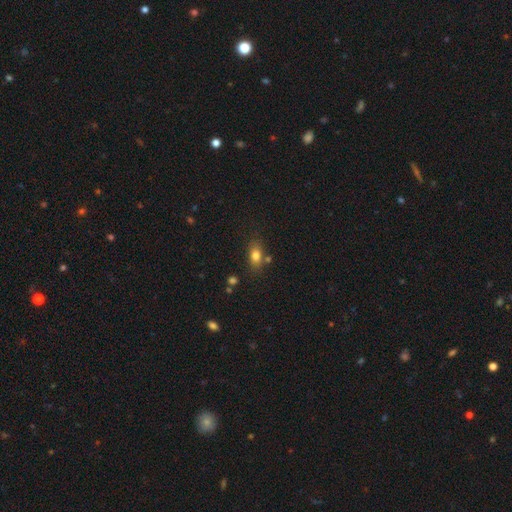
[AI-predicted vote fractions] The model was most divided on "merging": none: 72%, minor disturbance: 15%, merger: 9%, major disturbance: 4%. More confident: how rounded — in between (80%); smooth or featured — smooth (79%).